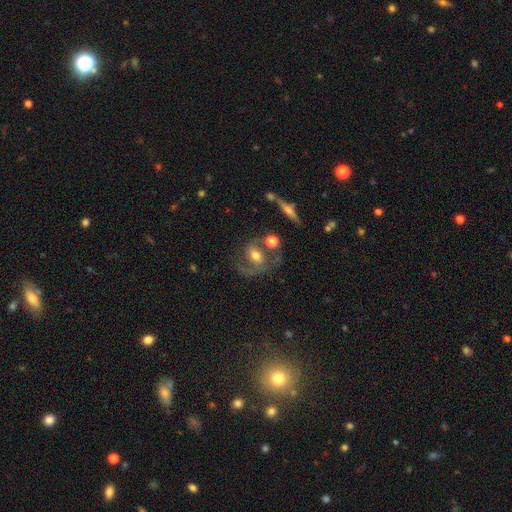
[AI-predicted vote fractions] Overall: featured or disk (64%; smooth 27%). Edge-on disk: no (94%). Bar: no (47%; weak 36%). Spiral arms: yes (76%). Bulge size: moderate (67%). Merging: none (49%; minor disturbance 18%).